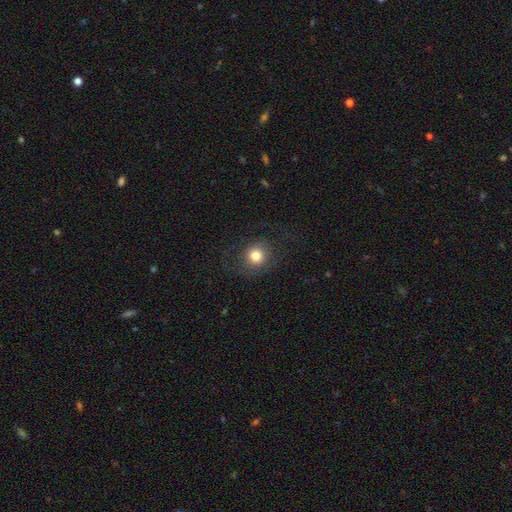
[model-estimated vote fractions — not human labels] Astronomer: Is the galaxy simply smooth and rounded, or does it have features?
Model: smooth — 75%.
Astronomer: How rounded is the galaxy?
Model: round — 85%.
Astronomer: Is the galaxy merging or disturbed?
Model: none — 73%.